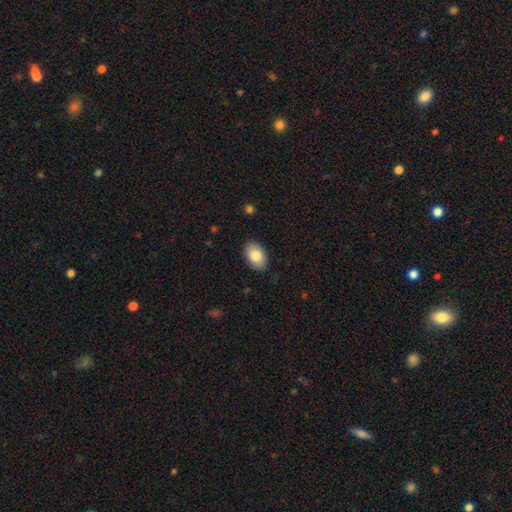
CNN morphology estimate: smooth-or-featured: smooth: 83% | featured or disk: 11% | star or artifact: 6%
  how-rounded: in between: 91% | round: 8% | cigar-shaped: 1%
  merging: none: 87% | minor disturbance: 10% | major disturbance: 2% | merger: 1%